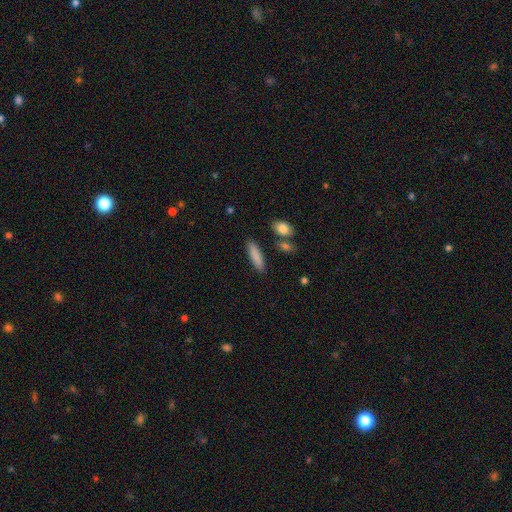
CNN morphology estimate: Q: Smooth or featured?
A: smooth (85%); runner-up: featured or disk (8%)
Q: How rounded?
A: cigar-shaped (70%); runner-up: in between (28%)
Q: Merging?
A: none (85%); runner-up: minor disturbance (9%)